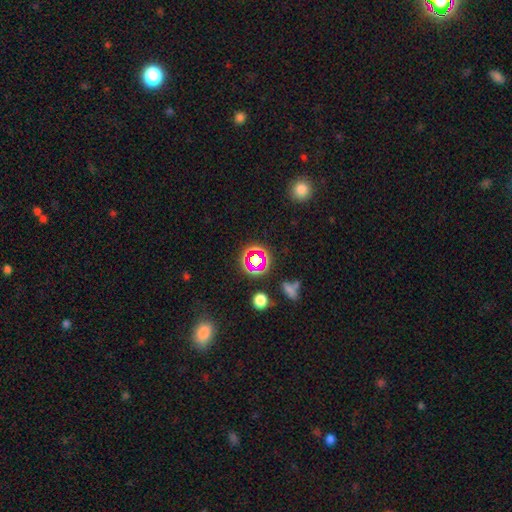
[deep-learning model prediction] Smooth or featured: star or artifact — 55% (smooth — 31%)